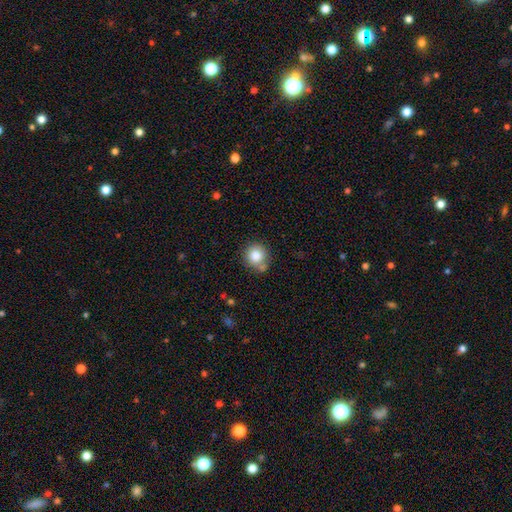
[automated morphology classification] Smooth or featured? Predicted: smooth (p=0.83). How rounded? Predicted: round (p=0.90). Merging? Predicted: none (p=0.67).